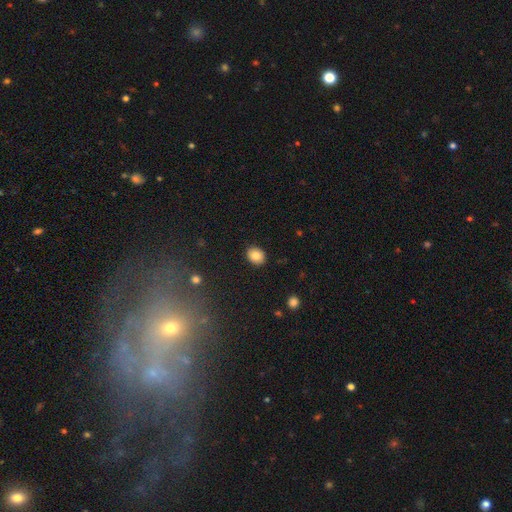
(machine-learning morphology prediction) The model was most divided on "how rounded": round: 53%, in between: 46%, cigar-shaped: 1%. More confident: merging — none (90%); smooth or featured — smooth (84%).